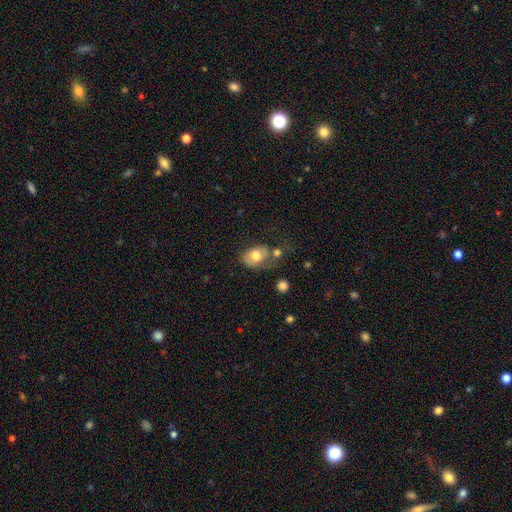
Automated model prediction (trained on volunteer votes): Smooth or featured?
  - smooth: 68% *
  - featured or disk: 24%
  - star or artifact: 7%
How rounded?
  - in between: 69% *
  - round: 30%
  - cigar-shaped: 1%
Merging?
  - none: 39% *
  - minor disturbance: 24%
  - merger: 21%
  - major disturbance: 16%